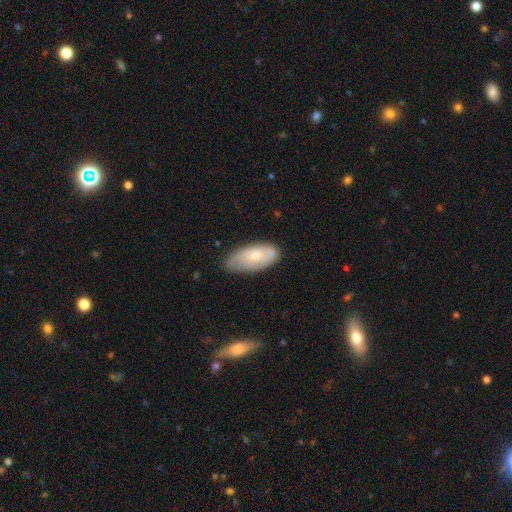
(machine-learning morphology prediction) Smooth or featured? Predicted: smooth (p=0.68). How rounded? Predicted: in between (p=0.89). Merging? Predicted: none (p=0.66).